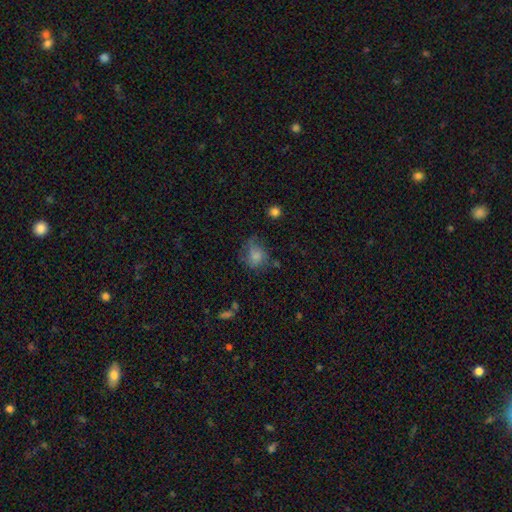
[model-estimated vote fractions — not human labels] Smooth or featured?
  - smooth: 68% *
  - featured or disk: 20%
  - star or artifact: 12%
How rounded?
  - round: 57% *
  - in between: 42%
  - cigar-shaped: 1%
Merging?
  - none: 40% *
  - major disturbance: 28%
  - minor disturbance: 28%
  - merger: 4%